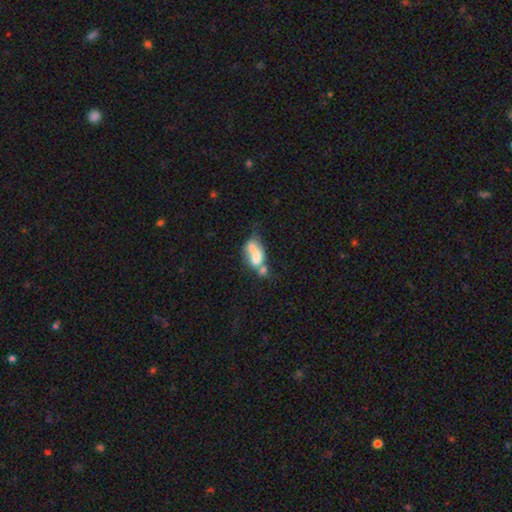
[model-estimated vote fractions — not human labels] This appears to be a smooth galaxy with no disk features (55%) that is in between round and cigar-shaped (83%). Merging: merger (58%).